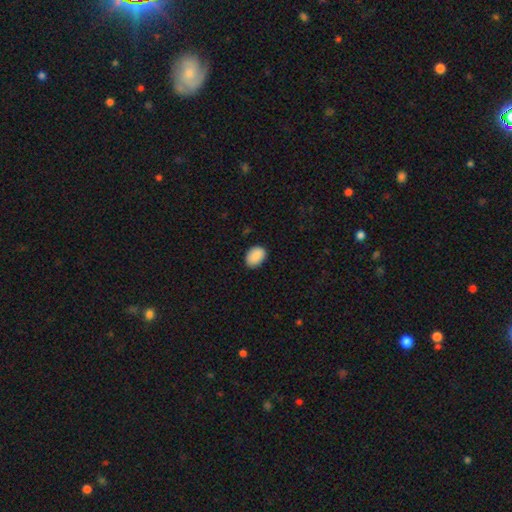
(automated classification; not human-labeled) smooth_or_featured: smooth (p=0.90) [alt: star or artifact p=0.07]
how_rounded: in between (p=0.78) [alt: round p=0.21]
merging: none (p=0.86) [alt: minor disturbance p=0.11]